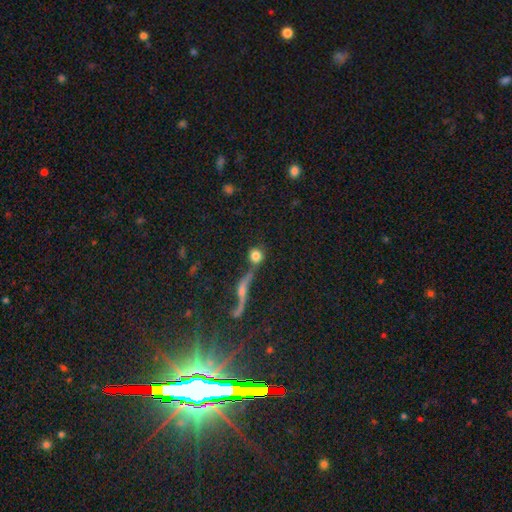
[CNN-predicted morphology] A smooth galaxy with no disk features (77%) that is round (88%). Merging: none (53%).